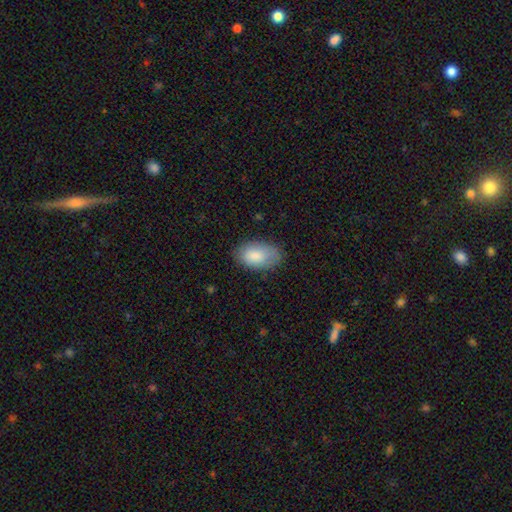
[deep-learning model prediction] A smooth galaxy with no disk features (84%) that is in between round and cigar-shaped (94%). Merging: none (75%).